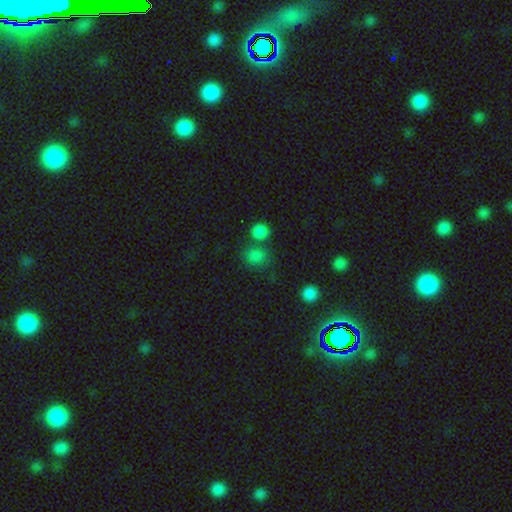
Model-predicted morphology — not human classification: The model was most divided on "how rounded": round: 69%, in between: 30%, cigar-shaped: 1%. More confident: smooth or featured — smooth (77%); merging — none (60%).